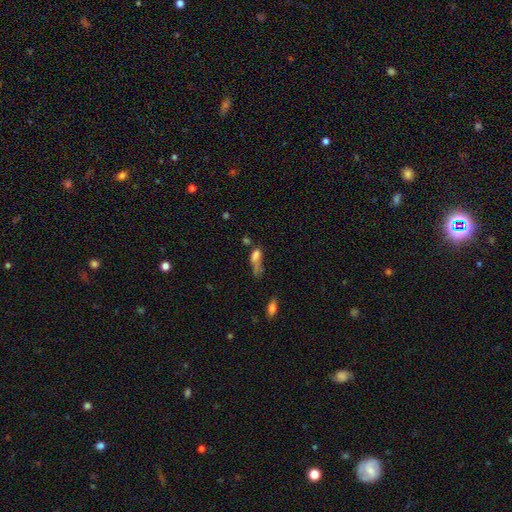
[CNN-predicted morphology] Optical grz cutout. It shows a smooth galaxy with no disk features (66%) that is in between round and cigar-shaped (68%). Merging: major disturbance (35%).